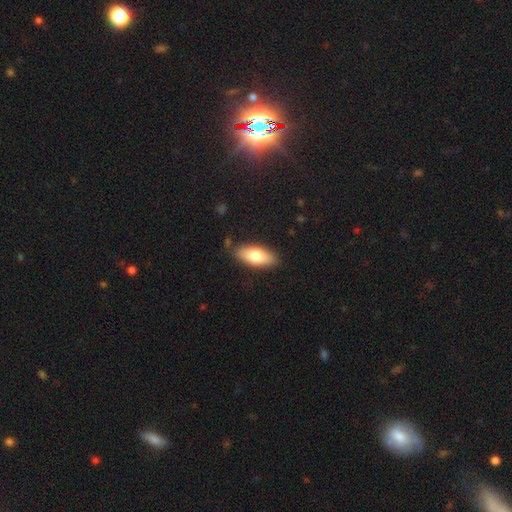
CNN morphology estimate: Smooth or featured? smooth (72%)
How rounded? in between (82%)
Merging? none (84%)